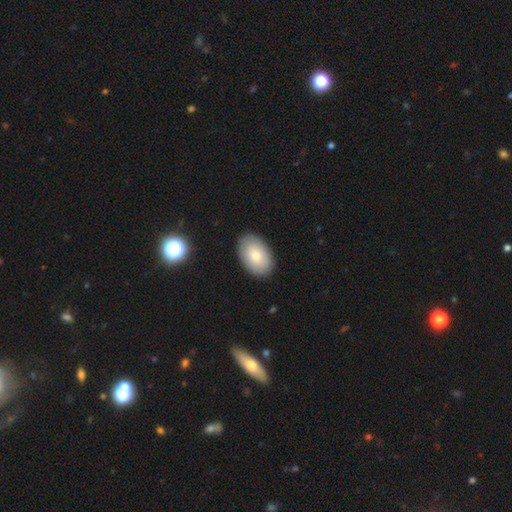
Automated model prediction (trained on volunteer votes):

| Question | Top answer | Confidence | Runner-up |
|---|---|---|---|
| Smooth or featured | smooth | 82% | featured or disk (12%) |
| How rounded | in between | 92% | round (7%) |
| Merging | none | 88% | minor disturbance (9%) |